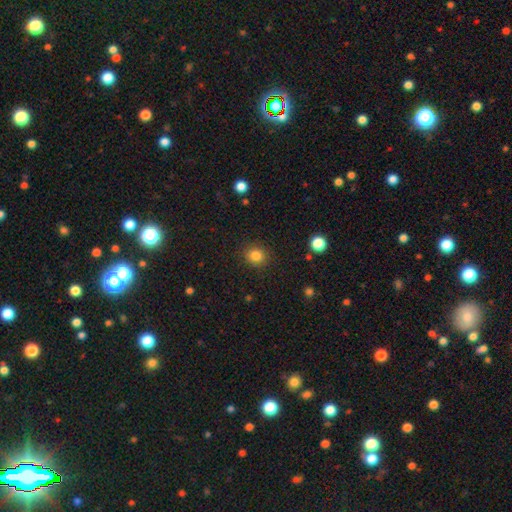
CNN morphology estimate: Overall: smooth (83%). How rounded: round (84%). Merging: none (90%).